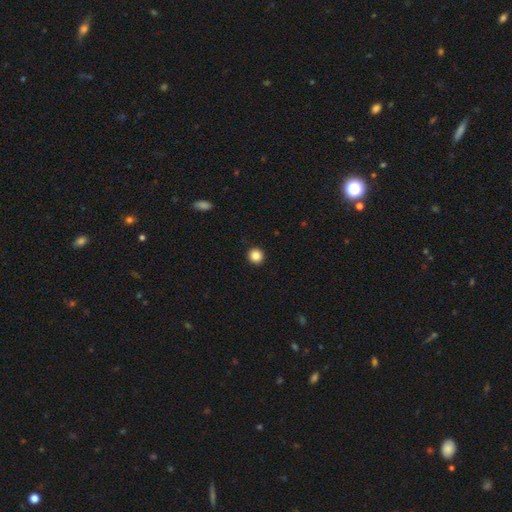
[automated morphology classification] smooth-or-featured: smooth: 86% | star or artifact: 10% | featured or disk: 4%
  how-rounded: round: 95% | in between: 4% | cigar-shaped: 1%
  merging: none: 93% | minor disturbance: 4% | major disturbance: 1% | merger: 1%